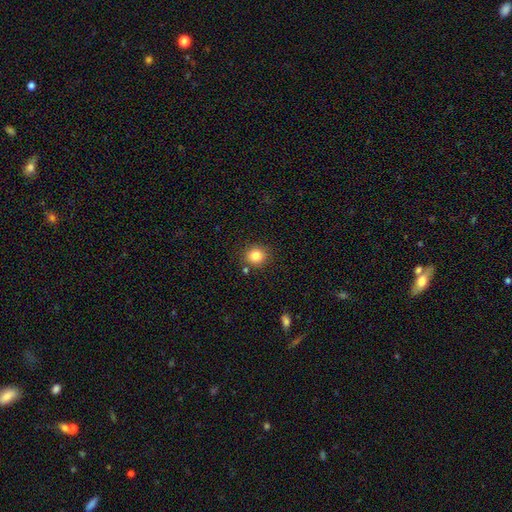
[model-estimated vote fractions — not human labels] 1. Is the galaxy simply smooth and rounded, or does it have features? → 84% smooth, 11% star or artifact, 6% featured or disk.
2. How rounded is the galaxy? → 86% round, 13% in between, 1% cigar-shaped.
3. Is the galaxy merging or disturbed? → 85% none, 8% minor disturbance, 4% merger, 2% major disturbance.